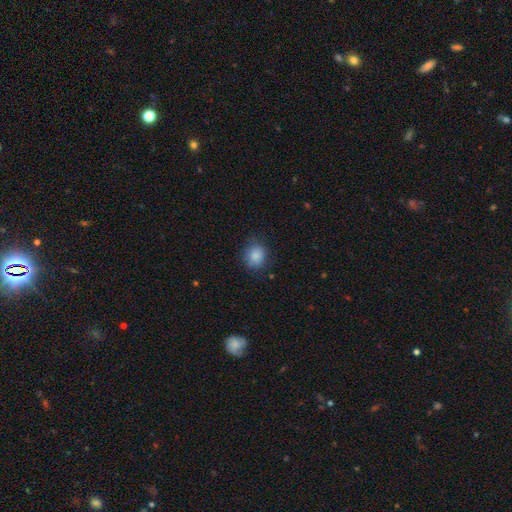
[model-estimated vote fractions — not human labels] A smooth galaxy with no disk features (86%) that is round (65%). Merging: none (76%).